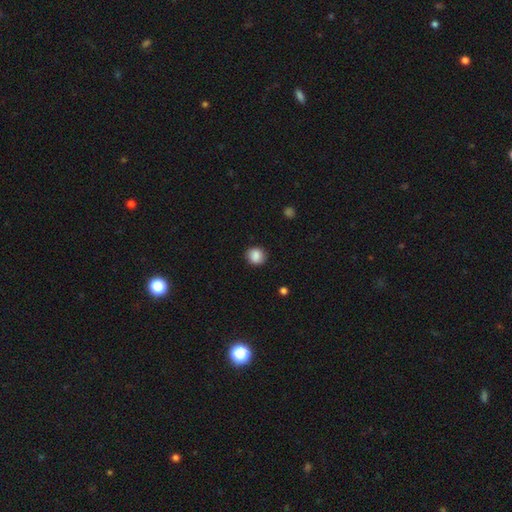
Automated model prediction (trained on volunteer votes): Morphology: type=smooth (87%); roundness=round (87%); merging=none (88%).